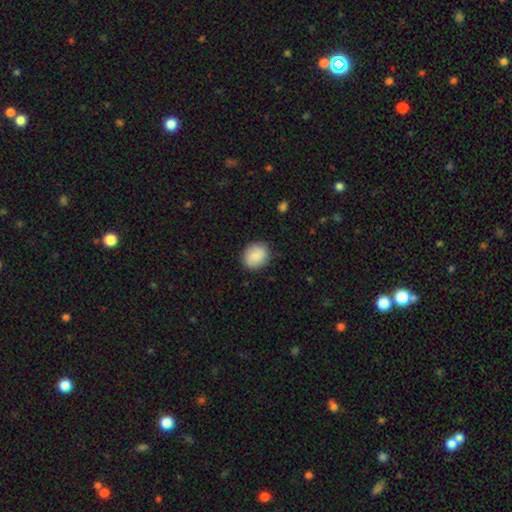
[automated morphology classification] Smooth or featured: smooth — 85% (featured or disk — 8%)
How rounded: round — 72% (in between — 27%)
Merging: none — 87% (minor disturbance — 9%)